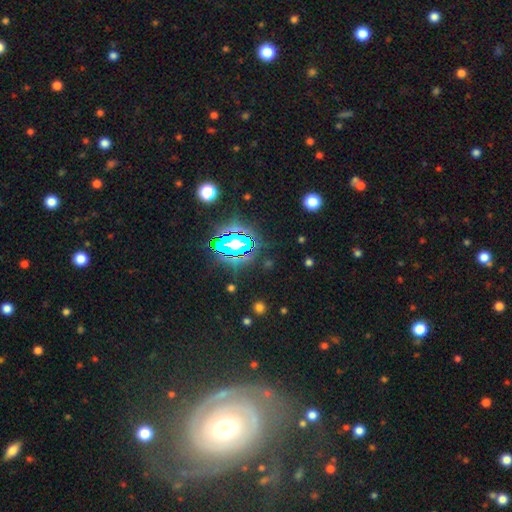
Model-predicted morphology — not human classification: Q: Smooth or featured?
A: featured or disk (56%); runner-up: star or artifact (28%)
Q: Edge-on disk?
A: no (92%); runner-up: yes (8%)
Q: Bar?
A: no (62%); runner-up: weak (23%)
Q: Spiral arms?
A: yes (76%); runner-up: no (24%)
Q: Bulge size?
A: moderate (58%); runner-up: small (25%)
Q: Merging?
A: none (74%); runner-up: minor disturbance (13%)